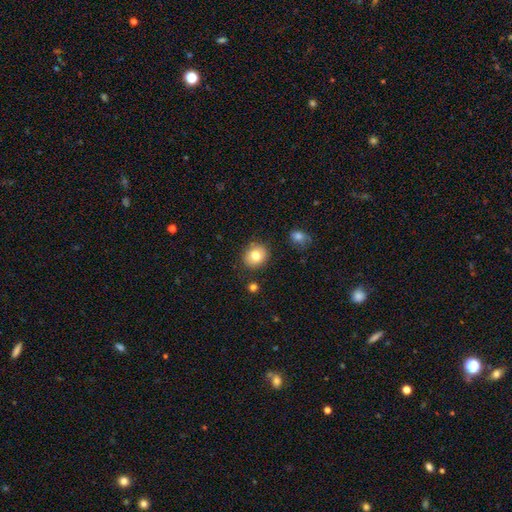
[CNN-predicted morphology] Smooth or featured? Predicted: smooth (p=0.78). How rounded? Predicted: round (p=0.76). Merging? Predicted: none (p=0.84).